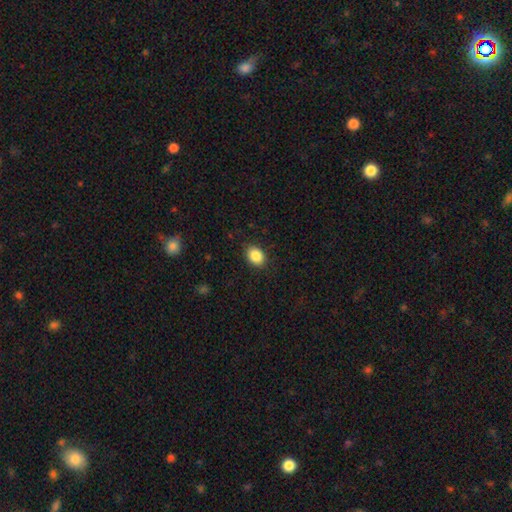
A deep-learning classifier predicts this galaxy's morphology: A smooth galaxy with no disk features (88%) that is in between round and cigar-shaped (67%). Merging: none (87%).